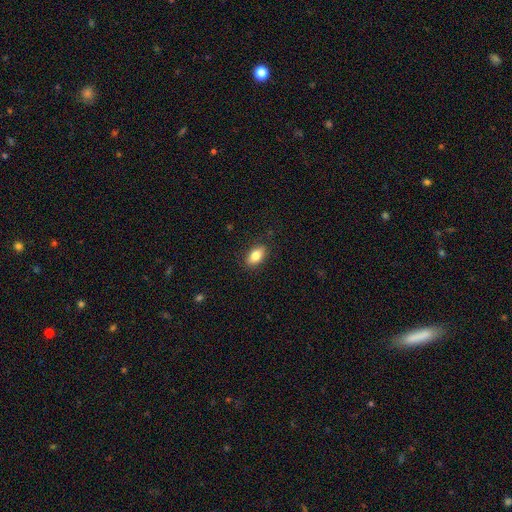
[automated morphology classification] type=smooth (83%); roundness=in between (90%); merging=none (87%).